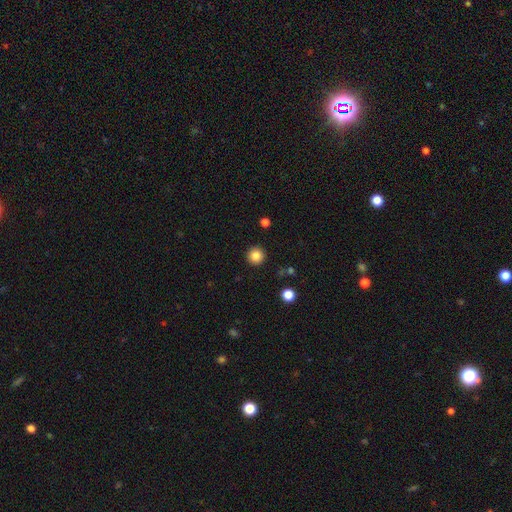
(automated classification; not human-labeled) Smooth or featured: smooth — 85% (star or artifact — 11%)
How rounded: round — 96% (in between — 4%)
Merging: none — 92% (minor disturbance — 5%)